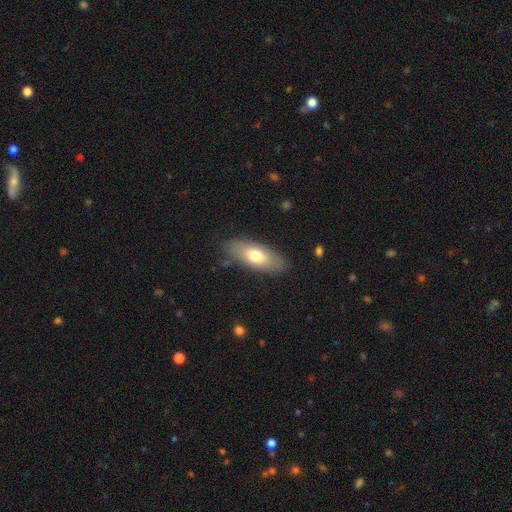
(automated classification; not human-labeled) smooth 68%, featured or disk 26%, star or artifact 6%. Down the decision tree: how rounded — in between (82%); merging — none (81%).